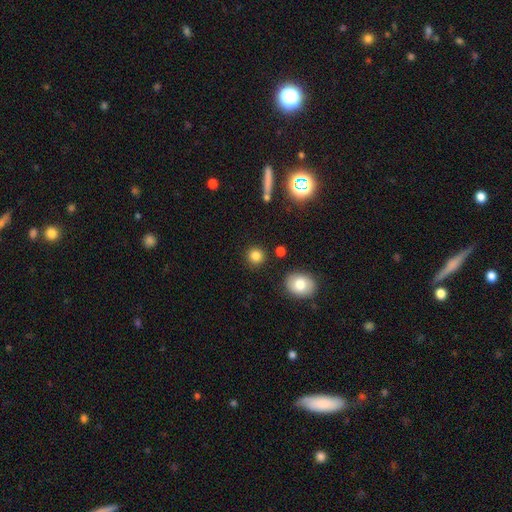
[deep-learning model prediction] Smooth or featured?
  - smooth: 83% *
  - star or artifact: 12%
  - featured or disk: 5%
How rounded?
  - round: 90% *
  - in between: 9%
  - cigar-shaped: 1%
Merging?
  - none: 88% *
  - minor disturbance: 7%
  - merger: 3%
  - major disturbance: 2%